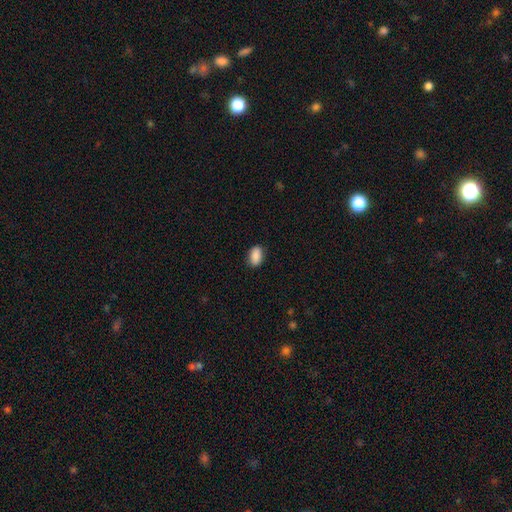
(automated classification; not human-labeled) Smooth or featured: smooth — 89% (star or artifact — 7%)
How rounded: in between — 88% (round — 10%)
Merging: none — 86% (minor disturbance — 11%)